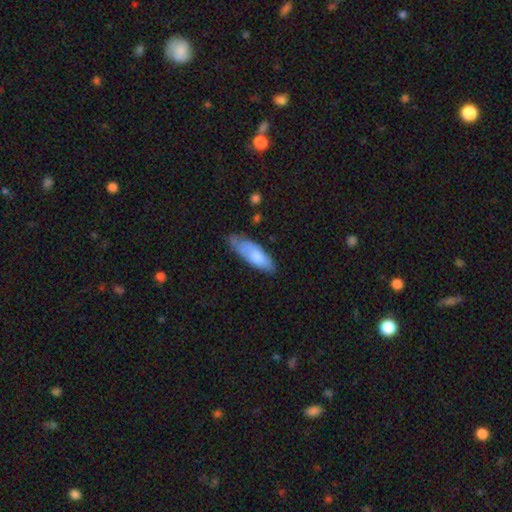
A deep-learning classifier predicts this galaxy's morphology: Smooth or featured? smooth (73%)
How rounded? in between (63%)
Merging? none (49%)